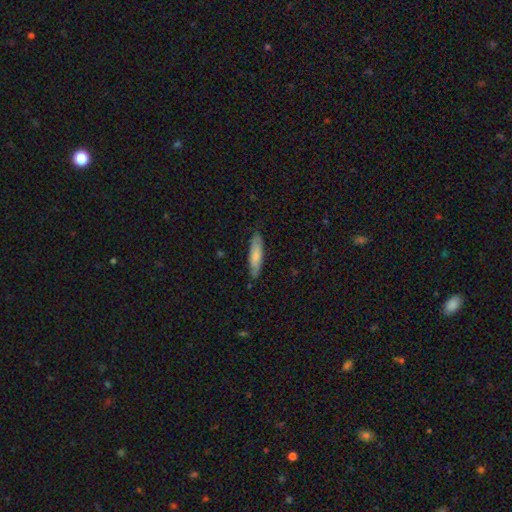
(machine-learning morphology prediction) smooth-or-featured: smooth: 72% | featured or disk: 23% | star or artifact: 5%
  how-rounded: cigar-shaped: 66% | in between: 33% | round: 2%
  merging: none: 83% | minor disturbance: 14% | major disturbance: 2% | merger: 1%